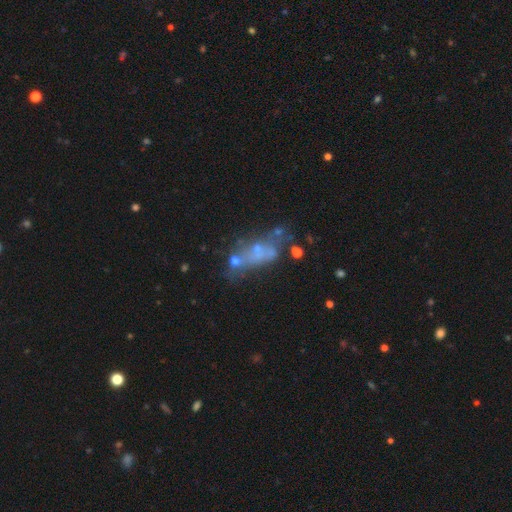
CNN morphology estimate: Smooth or featured? featured or disk (46%)
Merging? none (39%)